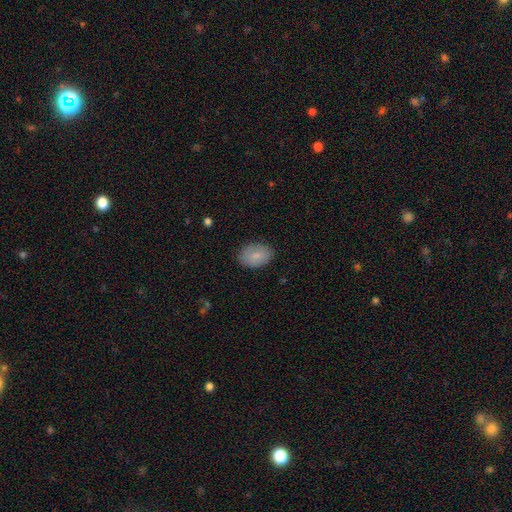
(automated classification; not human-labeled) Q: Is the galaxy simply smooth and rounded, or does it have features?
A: smooth — 82%.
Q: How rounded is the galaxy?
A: in between — 86%.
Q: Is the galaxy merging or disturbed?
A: none — 84%.